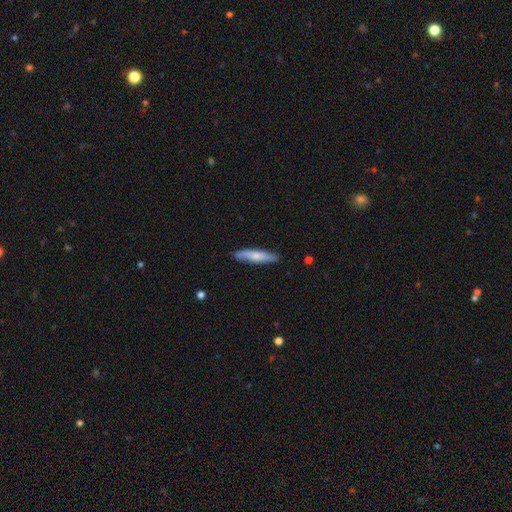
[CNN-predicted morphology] Smooth or featured? Predicted: smooth (p=0.66). How rounded? Predicted: cigar-shaped (p=0.84). Merging? Predicted: none (p=0.85).